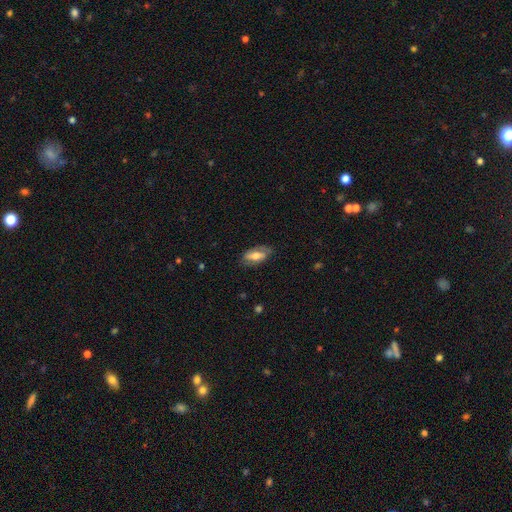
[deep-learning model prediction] Smooth or featured? Predicted: smooth (p=0.49). Merging? Predicted: none (p=0.74).